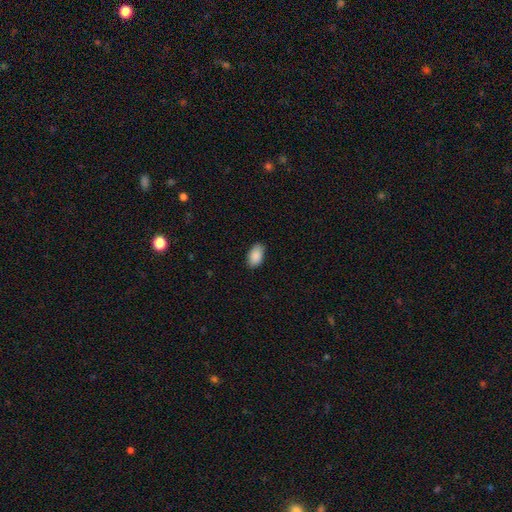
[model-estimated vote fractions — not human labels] smooth_or_featured: smooth (p=0.90) [alt: star or artifact p=0.07]
how_rounded: in between (p=0.94) [alt: round p=0.04]
merging: none (p=0.84) [alt: minor disturbance p=0.13]